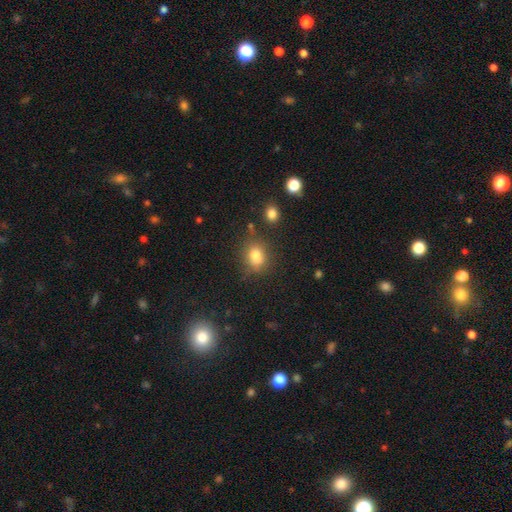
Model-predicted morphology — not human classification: This appears to be a smooth galaxy with no disk features (80%) that is round (57%). Merging: none (72%).